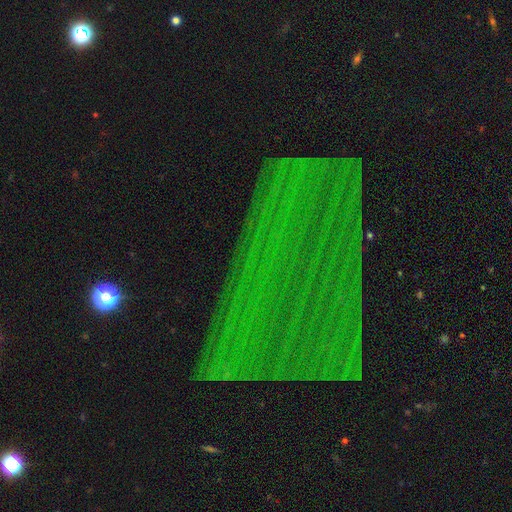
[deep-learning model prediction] This appears to be a star or artifact, not a galaxy (73%).